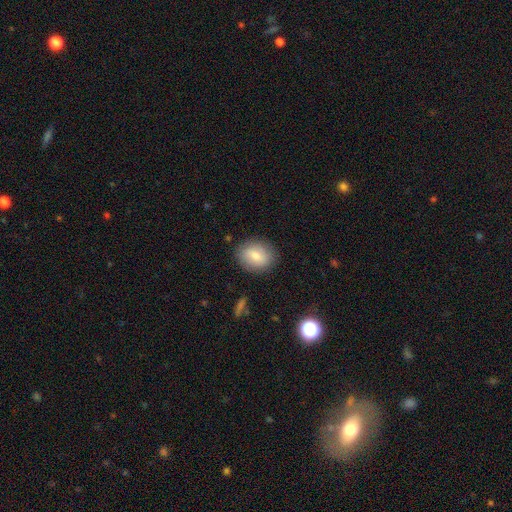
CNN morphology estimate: Overall: smooth (76%). How rounded: in between (51%; round 48%). Merging: none (85%).